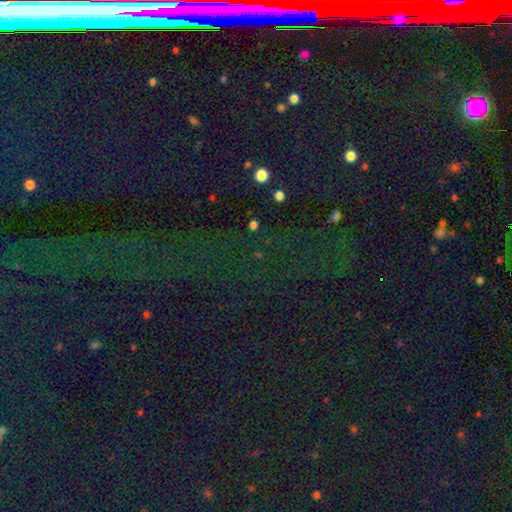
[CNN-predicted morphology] Smooth or featured? star or artifact (82%)